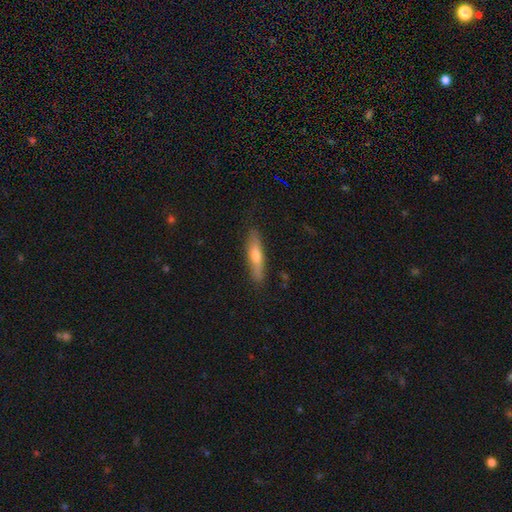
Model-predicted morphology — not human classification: The model was most divided on "smooth or featured": smooth: 57%, featured or disk: 36%, star or artifact: 6%. More confident: merging — none (85%); how rounded — cigar-shaped (82%).